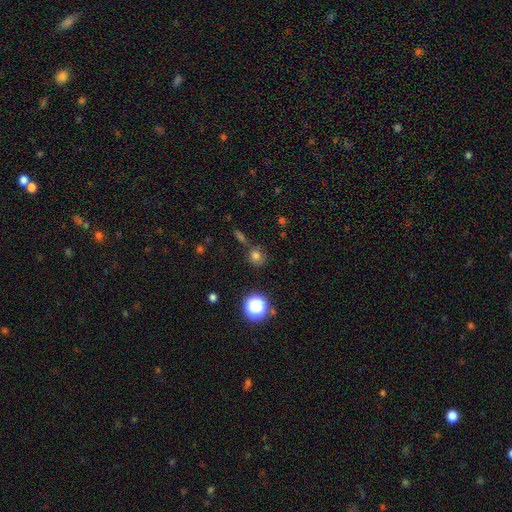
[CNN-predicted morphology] Smooth or featured? Predicted: smooth (p=0.73). How rounded? Predicted: round (p=0.84). Merging? Predicted: none (p=0.69).